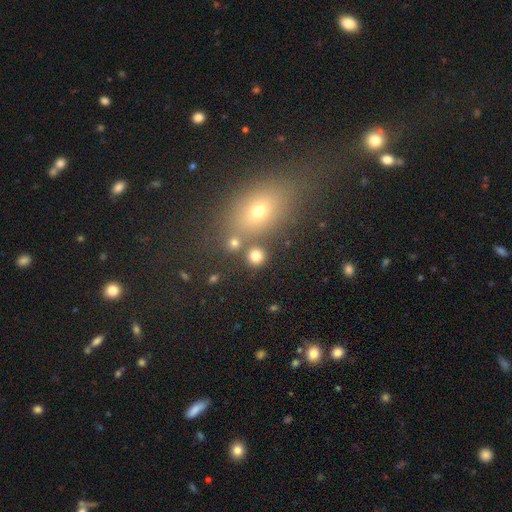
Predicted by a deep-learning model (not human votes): A smooth galaxy with no disk features (79%) that is round (85%).

Vote fractions:
- Smooth or featured? smooth: 79% / star or artifact: 14% / featured or disk: 7%
- How rounded? round: 85% / in between: 13% / cigar-shaped: 1%
- Merging? none: 77% / merger: 12% / minor disturbance: 8% / major disturbance: 4%